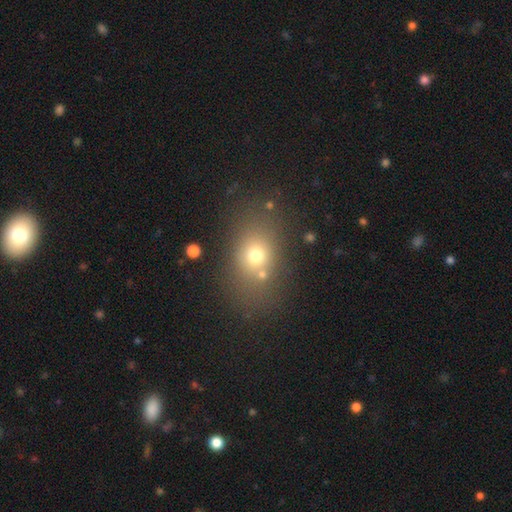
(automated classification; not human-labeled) Q: Smooth or featured?
A: smooth (69%); runner-up: star or artifact (17%)
Q: How rounded?
A: in between (61%); runner-up: round (38%)
Q: Merging?
A: none (72%); runner-up: minor disturbance (12%)